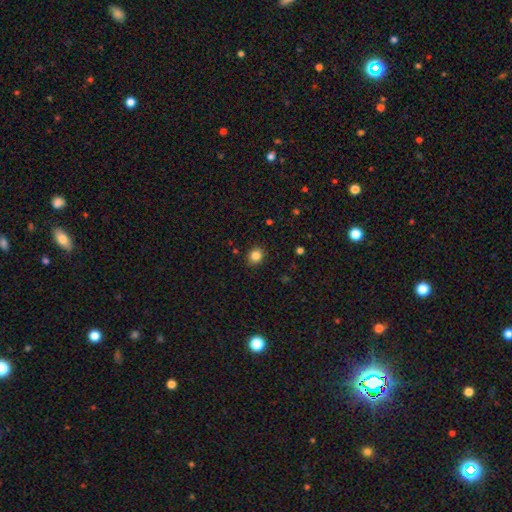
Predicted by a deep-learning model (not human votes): smooth_or_featured: smooth (p=0.84) [alt: star or artifact p=0.11]
how_rounded: round (p=0.75) [alt: in between p=0.25]
merging: none (p=0.90) [alt: minor disturbance p=0.07]